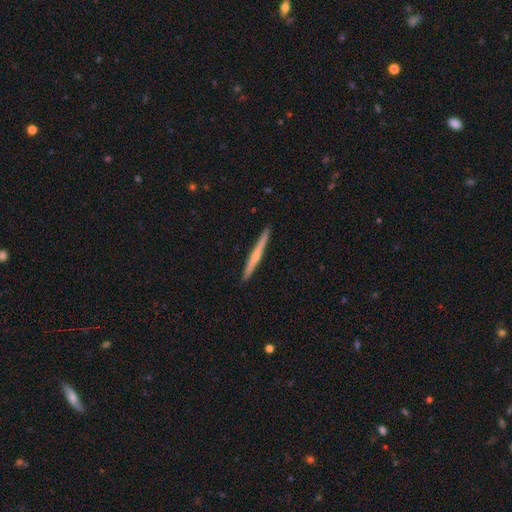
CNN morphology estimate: type=featured or disk (61%); edge-on=yes (98%); edge-on bulge=rounded (59%); merging=none (92%).